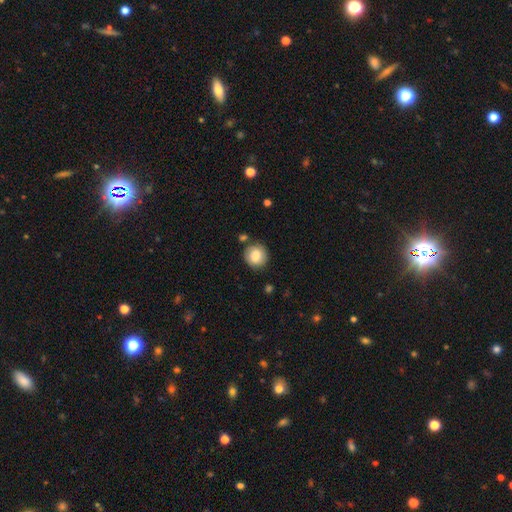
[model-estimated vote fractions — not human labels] A smooth galaxy with no disk features (82%) that is round (90%). Merging: none (81%).